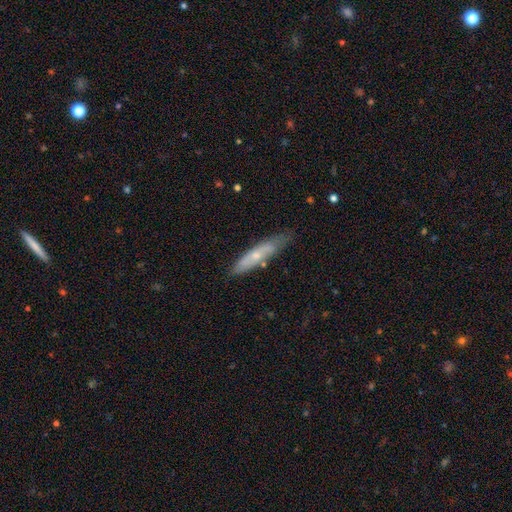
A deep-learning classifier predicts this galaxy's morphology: A smooth galaxy with no disk features (53%) that is cigar-shaped (82%).

Vote fractions:
- Smooth or featured? smooth: 53% / featured or disk: 41% / star or artifact: 6%
- How rounded? cigar-shaped: 82% / in between: 16% / round: 2%
- Merging? none: 70% / minor disturbance: 22% / major disturbance: 4% / merger: 4%